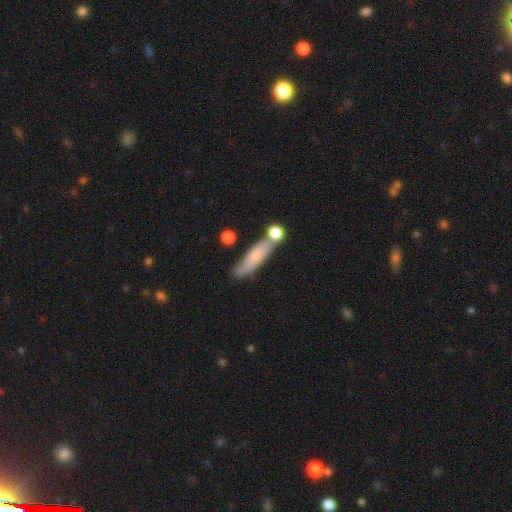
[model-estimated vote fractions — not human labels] The model was most divided on "merging": none: 61%, minor disturbance: 17%, merger: 17%, major disturbance: 6%. More confident: how rounded — cigar-shaped (71%); smooth or featured — smooth (70%).